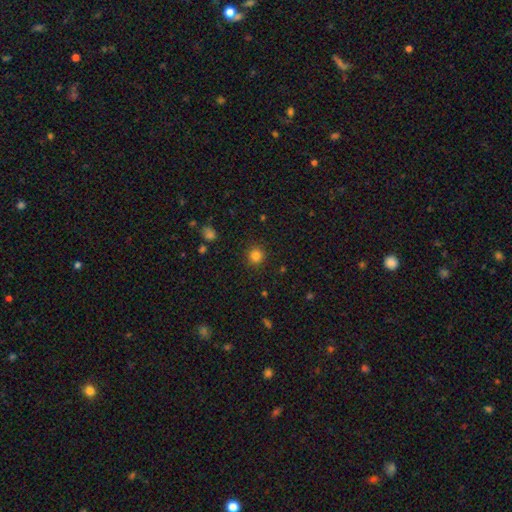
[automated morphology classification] smooth 83%, star or artifact 13%, featured or disk 4%. Down the decision tree: how rounded — round (91%); merging — none (90%).